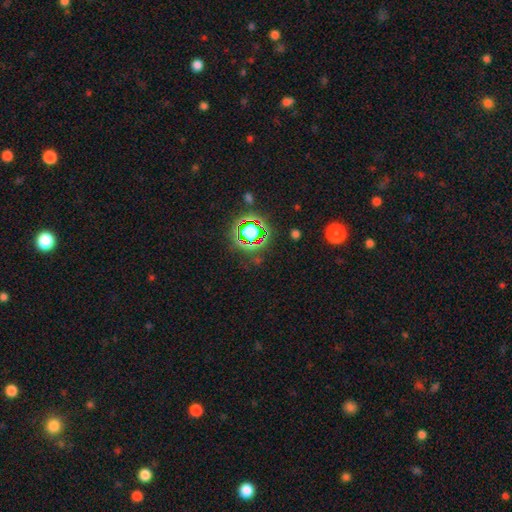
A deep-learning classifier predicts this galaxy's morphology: Overall: star or artifact (79%).